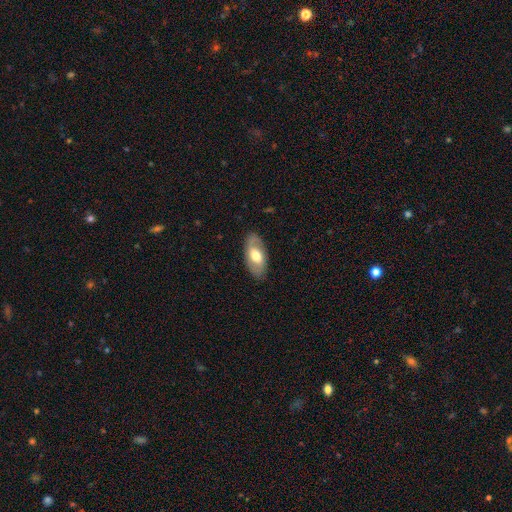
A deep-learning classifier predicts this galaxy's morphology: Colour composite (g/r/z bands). It shows a smooth galaxy with no disk features (51%) that is in between round and cigar-shaped (91%). Merging: none (83%).